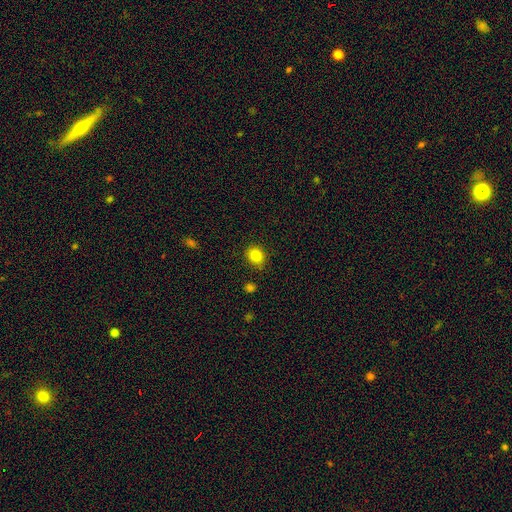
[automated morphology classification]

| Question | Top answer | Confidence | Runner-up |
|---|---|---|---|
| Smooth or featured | smooth | 83% | star or artifact (11%) |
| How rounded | round | 71% | in between (28%) |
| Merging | none | 86% | minor disturbance (10%) |